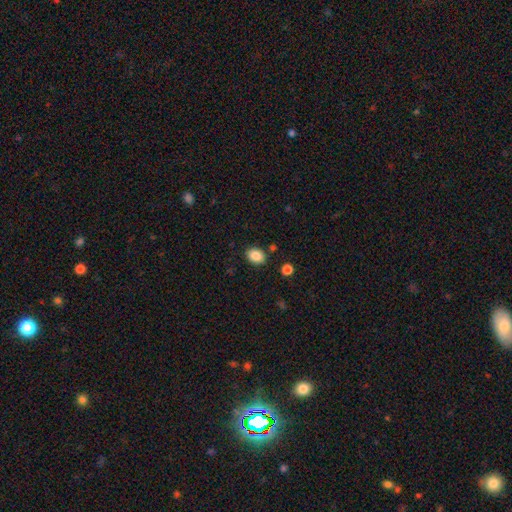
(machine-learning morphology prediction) type=smooth (87%); roundness=in between (62%); merging=none (85%).